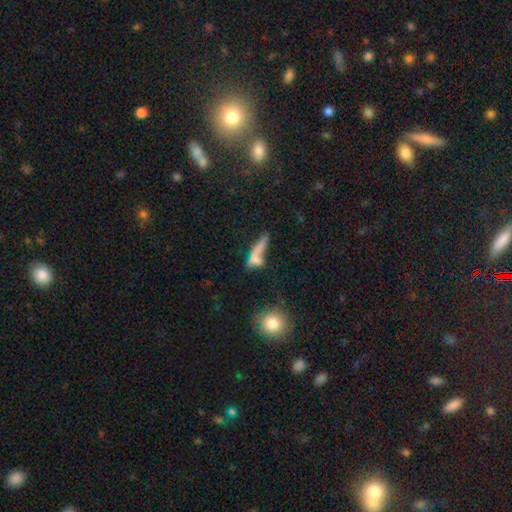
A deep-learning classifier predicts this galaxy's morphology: Q: Smooth or featured?
A: smooth (63%); runner-up: featured or disk (25%)
Q: How rounded?
A: cigar-shaped (70%); runner-up: in between (24%)
Q: Merging?
A: none (36%); tied with: merger (36%)